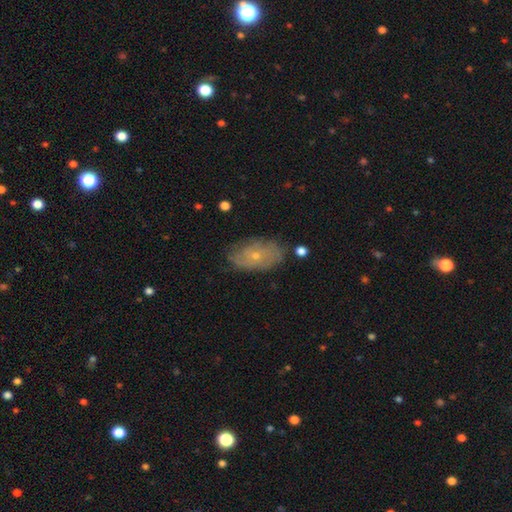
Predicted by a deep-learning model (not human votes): smooth_or_featured: featured or disk (p=0.51) [alt: smooth p=0.41]
disk_edge_on: no (p=0.92) [alt: yes p=0.08]
merging: none (p=0.75) [alt: minor disturbance p=0.19]